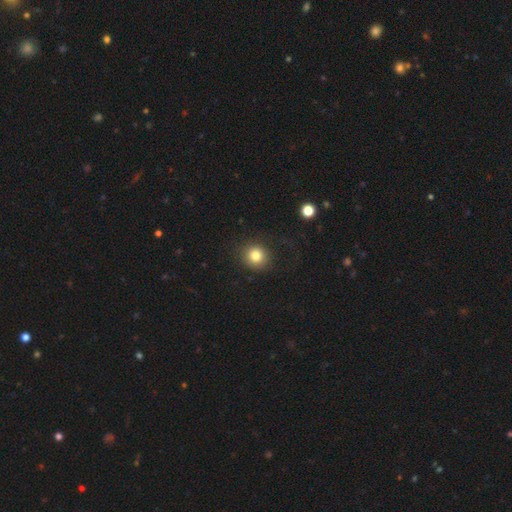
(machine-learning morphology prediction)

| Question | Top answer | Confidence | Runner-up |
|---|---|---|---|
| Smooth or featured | smooth | 81% | star or artifact (12%) |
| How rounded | round | 88% | in between (11%) |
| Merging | none | 84% | minor disturbance (10%) |